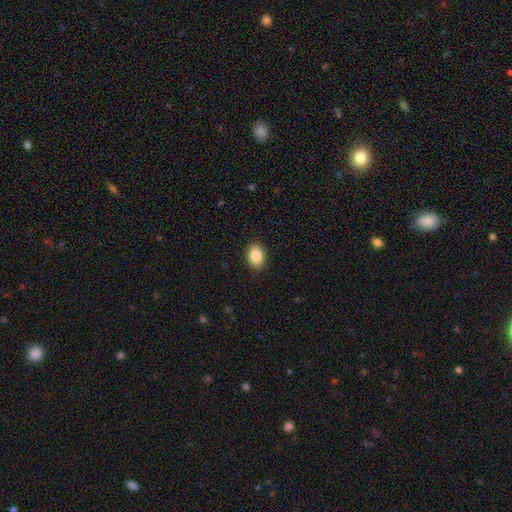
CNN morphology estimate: Smooth or featured? smooth (87%)
How rounded? in between (81%)
Merging? none (89%)